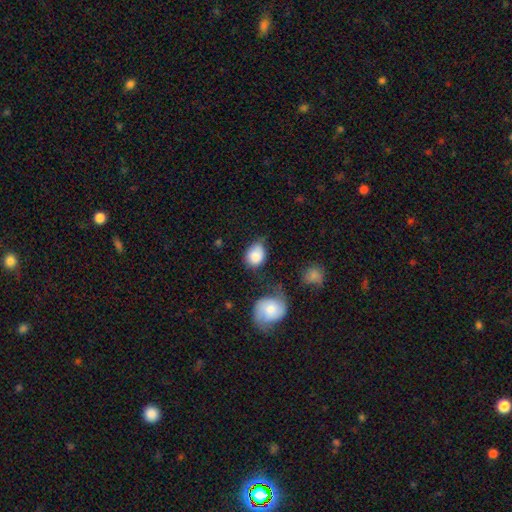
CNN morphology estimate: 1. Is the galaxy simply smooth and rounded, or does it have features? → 85% smooth, 9% featured or disk, 7% star or artifact.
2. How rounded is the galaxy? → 49% round (tied), 49% in between (tied), 1% cigar-shaped.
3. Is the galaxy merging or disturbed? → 44% none, 32% minor disturbance, 12% major disturbance, 12% merger.